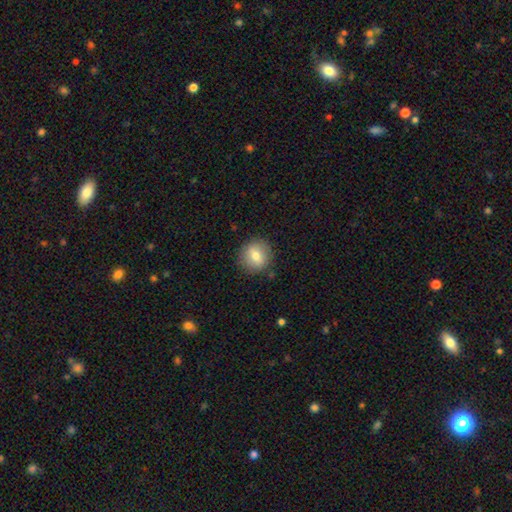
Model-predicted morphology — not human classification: A smooth galaxy with no disk features (73%) that is round (87%). Merging: none (86%).